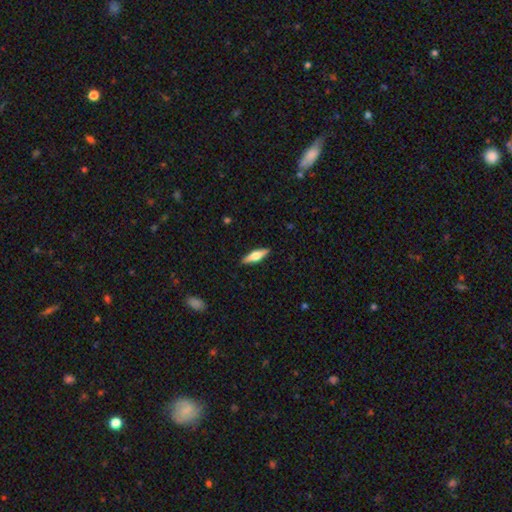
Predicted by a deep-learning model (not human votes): featured or disk 50%, smooth 45%, star or artifact 6%. Down the decision tree: merging — none (89%).